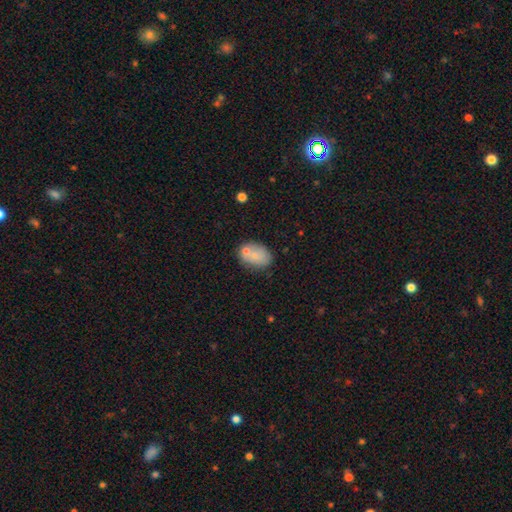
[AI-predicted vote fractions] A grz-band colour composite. It shows a smooth galaxy with no disk features (71%) that is in between round and cigar-shaped (80%). Merging: none (56%).